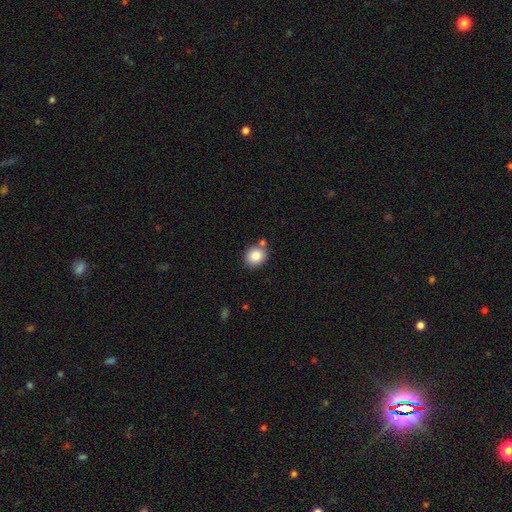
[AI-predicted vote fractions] Smooth or featured: smooth — 84% (star or artifact — 9%)
How rounded: round — 74% (in between — 25%)
Merging: none — 75% (merger — 11%)